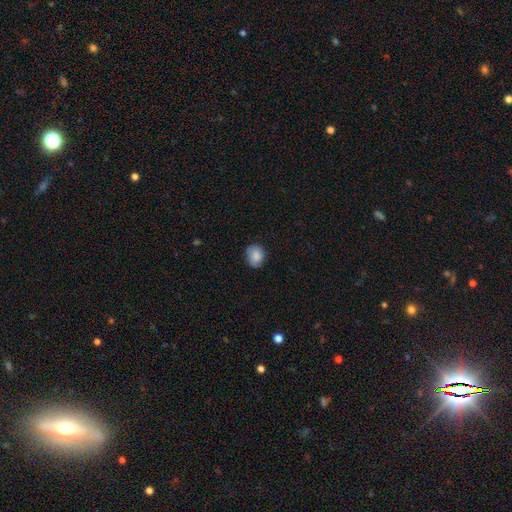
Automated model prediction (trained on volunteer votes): This appears to be a smooth galaxy with no disk features (80%) that is round (70%). Merging: none (77%).